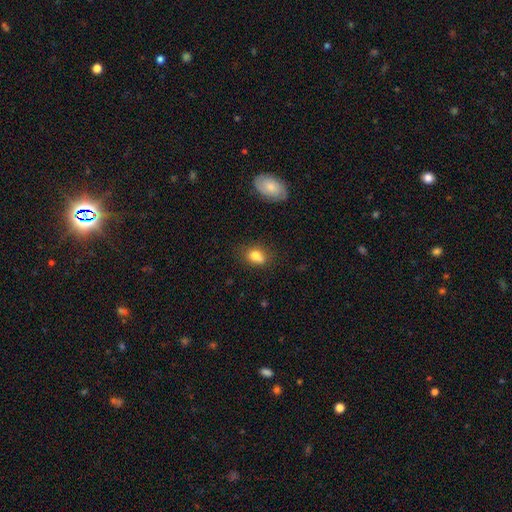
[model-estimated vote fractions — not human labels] This appears to be a smooth galaxy with no disk features (78%) that is in between round and cigar-shaped (66%). Merging: none (54%).